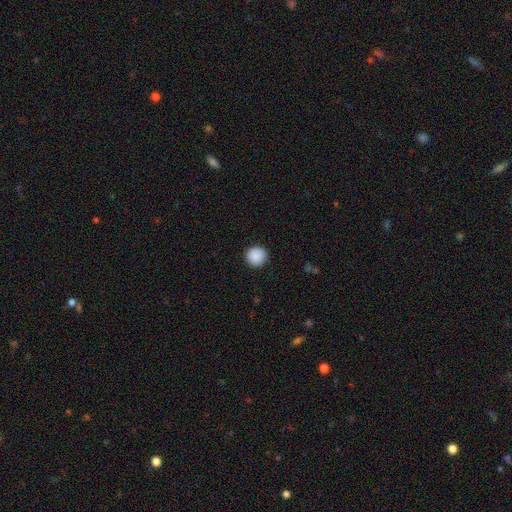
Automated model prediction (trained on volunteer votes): Overall: smooth (90%). How rounded: round (95%). Merging: none (92%).